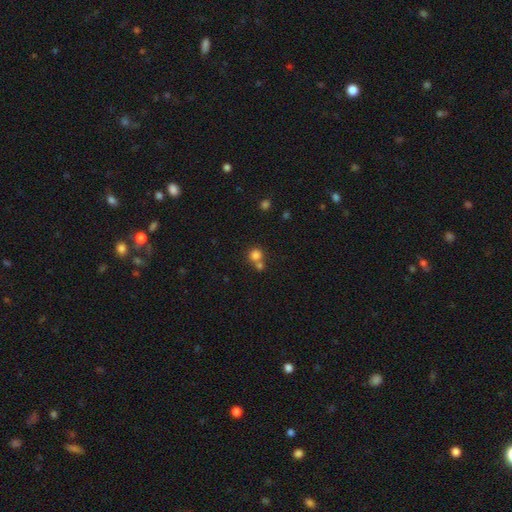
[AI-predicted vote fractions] Smooth or featured? smooth (80%)
How rounded? round (90%)
Merging? none (53%)